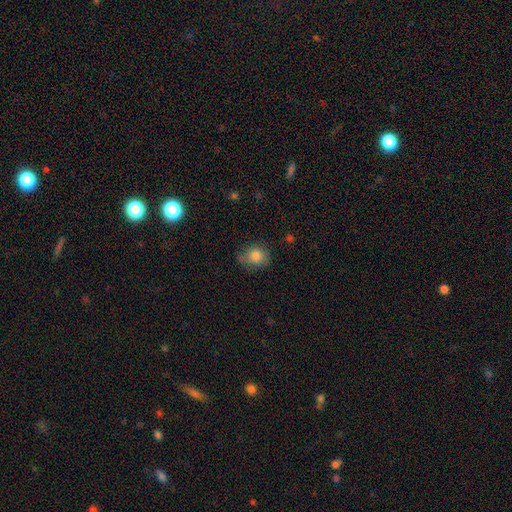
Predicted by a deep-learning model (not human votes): The model was most divided on "merging": none: 65%, minor disturbance: 25%, major disturbance: 7%, merger: 3%. More confident: smooth or featured — smooth (82%); how rounded — round (78%).